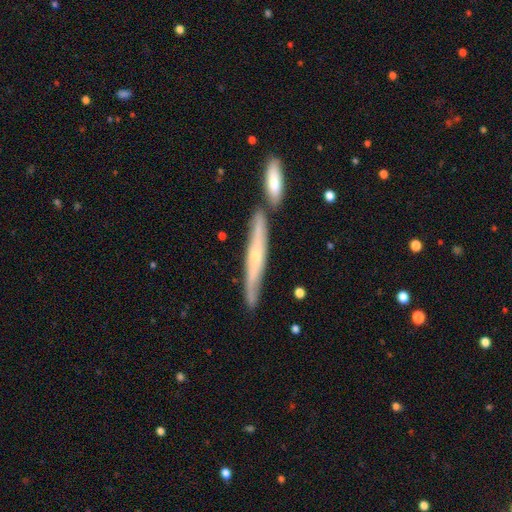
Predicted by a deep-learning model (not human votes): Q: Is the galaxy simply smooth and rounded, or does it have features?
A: featured or disk — 62%.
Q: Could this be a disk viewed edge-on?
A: yes — 83%.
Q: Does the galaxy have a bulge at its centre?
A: rounded — 56%.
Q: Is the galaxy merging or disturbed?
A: none — 66%.